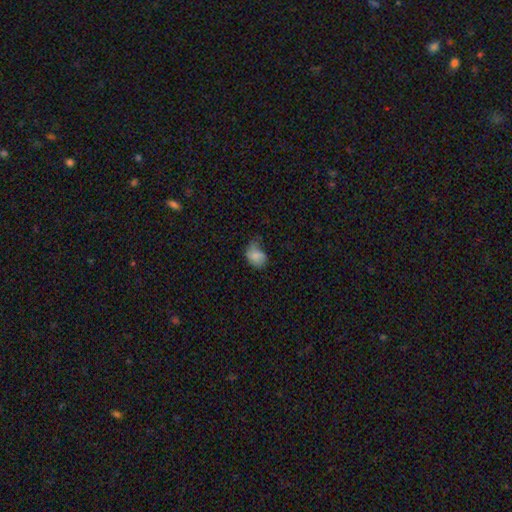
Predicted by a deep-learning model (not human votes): This is likely a smooth galaxy (77%). How rounded: likely in between (69%). Merging: marginally minor disturbance (40%).